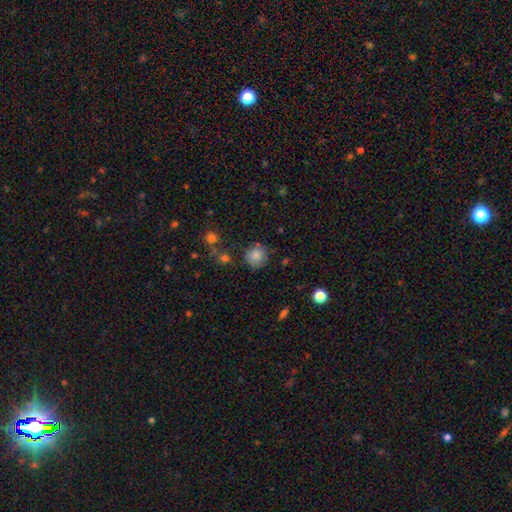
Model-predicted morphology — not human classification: This is clearly a smooth galaxy (84%). How rounded: clearly round (90%). Merging: likely none (78%).